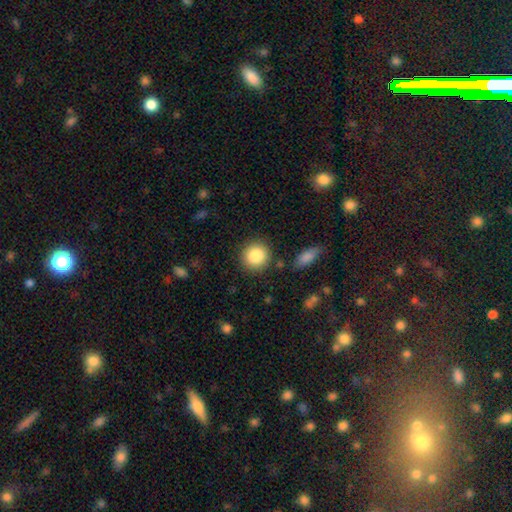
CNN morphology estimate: Smooth or featured: smooth — 86% (star or artifact — 8%)
How rounded: round — 90% (in between — 9%)
Merging: none — 86% (minor disturbance — 8%)